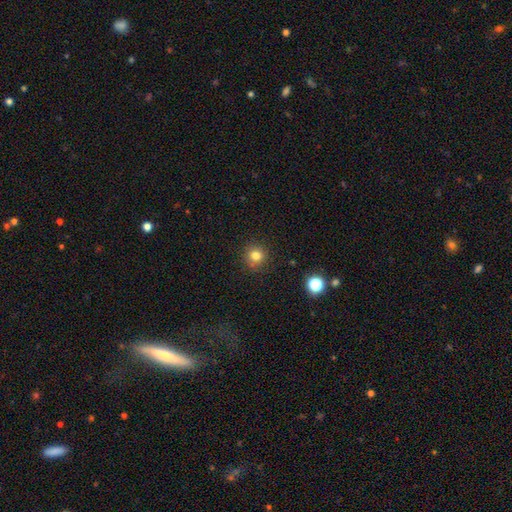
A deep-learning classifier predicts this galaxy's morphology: Smooth or featured?
  - smooth: 80% *
  - star or artifact: 14%
  - featured or disk: 6%
How rounded?
  - round: 93% *
  - in between: 6%
  - cigar-shaped: 1%
Merging?
  - none: 89% *
  - minor disturbance: 8%
  - major disturbance: 2%
  - merger: 2%